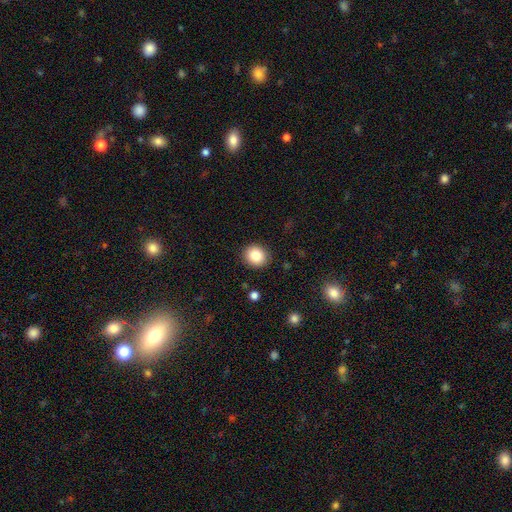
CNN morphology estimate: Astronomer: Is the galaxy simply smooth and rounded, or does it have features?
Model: smooth — 86%.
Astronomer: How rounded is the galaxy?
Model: round — 78%.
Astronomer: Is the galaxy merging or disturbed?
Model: none — 89%.